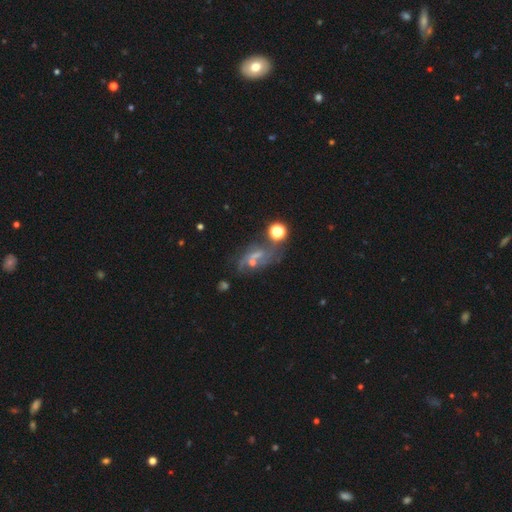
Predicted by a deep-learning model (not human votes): featured or disk 49%, star or artifact 26%, smooth 25%. Down the decision tree: merging — none (42%).